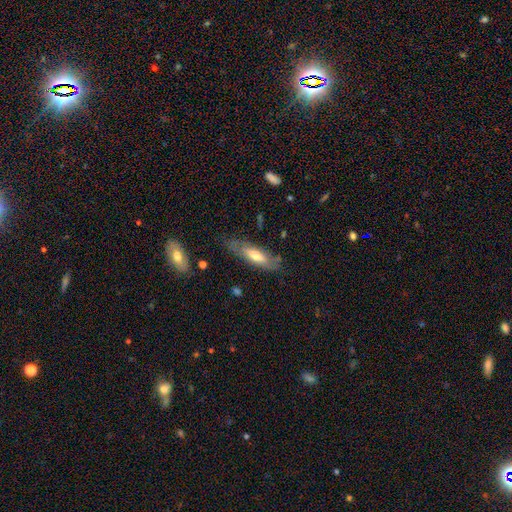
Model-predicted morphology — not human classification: This appears to be a smooth galaxy with no disk features (52%) that is in between round and cigar-shaped (51%). Merging: none (72%).